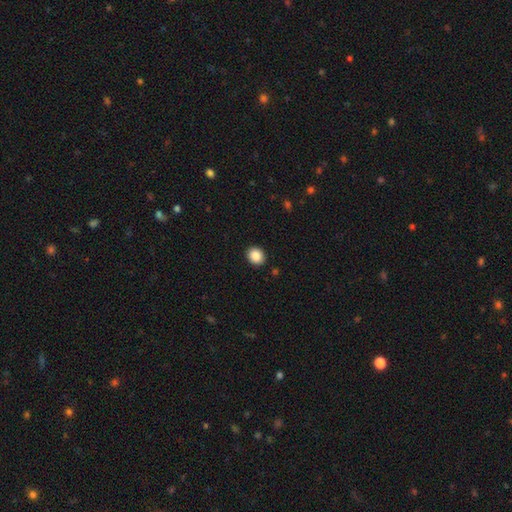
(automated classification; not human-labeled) Morphology: type=smooth (88%); roundness=round (71%); merging=none (92%).